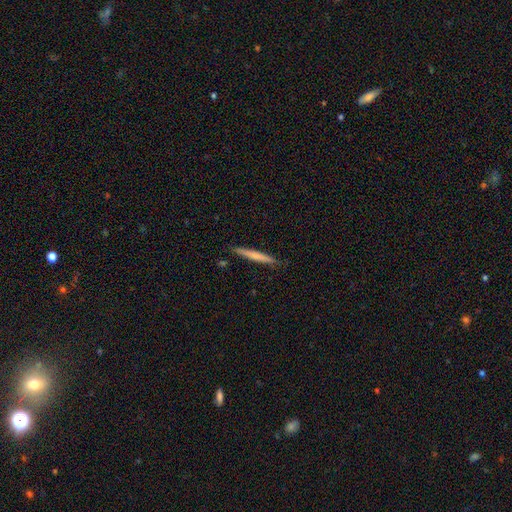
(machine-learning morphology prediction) smooth 64%, featured or disk 31%, star or artifact 5%. Down the decision tree: how rounded — cigar-shaped (96%); merging — none (88%).